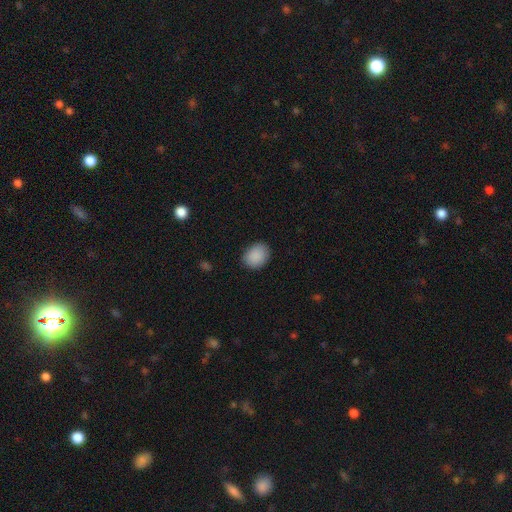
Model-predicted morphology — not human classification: Q: Smooth or featured?
A: smooth (90%); runner-up: star or artifact (7%)
Q: How rounded?
A: in between (53%); runner-up: round (46%)
Q: Merging?
A: none (87%); runner-up: minor disturbance (10%)